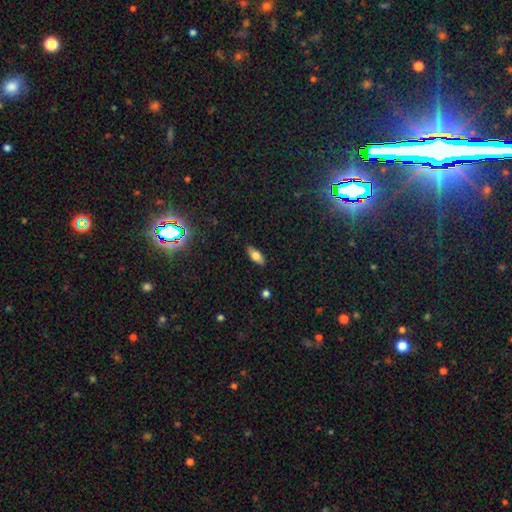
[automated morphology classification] Smooth or featured: smooth — 74% (featured or disk — 17%)
How rounded: in between — 83% (cigar-shaped — 15%)
Merging: none — 87% (minor disturbance — 10%)